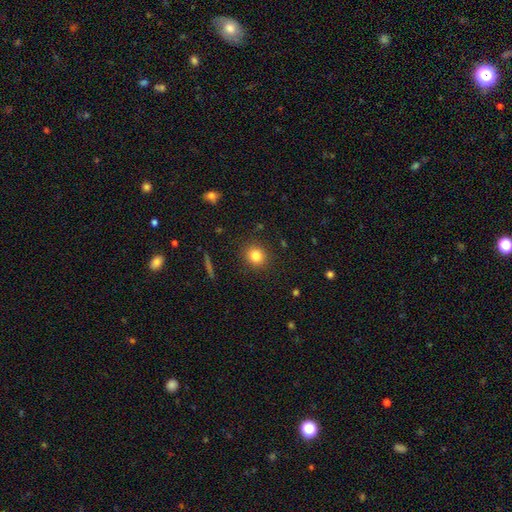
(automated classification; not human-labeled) A smooth galaxy with no disk features (82%) that is round (84%).

Vote fractions:
- Smooth or featured? smooth: 82% / star or artifact: 11% / featured or disk: 7%
- How rounded? round: 84% / in between: 14% / cigar-shaped: 1%
- Merging? none: 89% / minor disturbance: 7% / major disturbance: 2% / merger: 1%